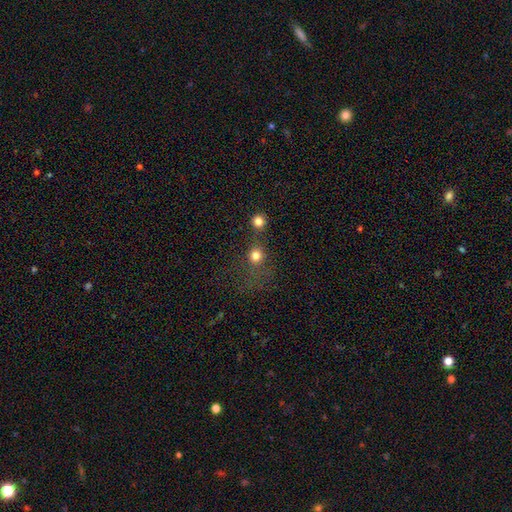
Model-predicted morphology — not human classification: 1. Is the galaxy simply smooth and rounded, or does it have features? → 76% smooth, 16% star or artifact, 8% featured or disk.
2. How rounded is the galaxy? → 88% round, 10% in between, 1% cigar-shaped.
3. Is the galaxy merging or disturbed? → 59% none, 23% merger, 10% minor disturbance, 9% major disturbance.